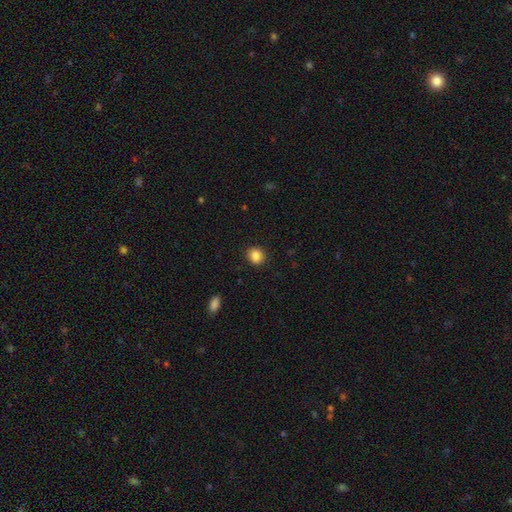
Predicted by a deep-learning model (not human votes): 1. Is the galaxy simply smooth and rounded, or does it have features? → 87% smooth, 9% star or artifact, 4% featured or disk.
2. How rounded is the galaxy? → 74% round, 25% in between, 1% cigar-shaped.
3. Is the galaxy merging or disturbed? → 90% none, 7% minor disturbance, 2% major disturbance, 1% merger.